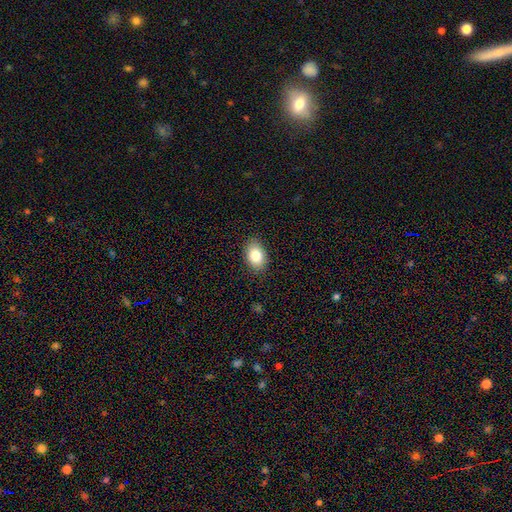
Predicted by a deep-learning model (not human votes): Smooth or featured? smooth (83%)
How rounded? in between (84%)
Merging? none (87%)